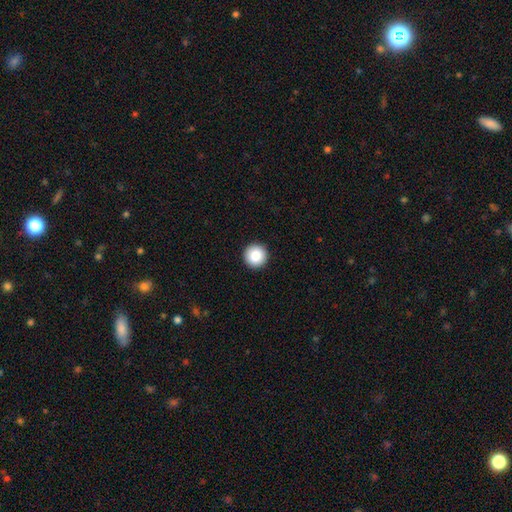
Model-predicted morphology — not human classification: The model was most divided on "smooth or featured": smooth: 87%, star or artifact: 9%, featured or disk: 5%. More confident: how rounded — round (96%); merging — none (94%).